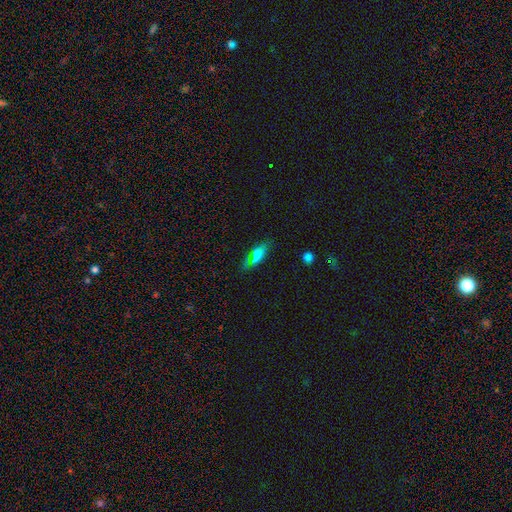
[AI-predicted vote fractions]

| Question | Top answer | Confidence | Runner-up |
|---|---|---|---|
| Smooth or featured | smooth | 71% | star or artifact (16%) |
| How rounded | in between | 62% | cigar-shaped (34%) |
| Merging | none | 77% | minor disturbance (16%) |